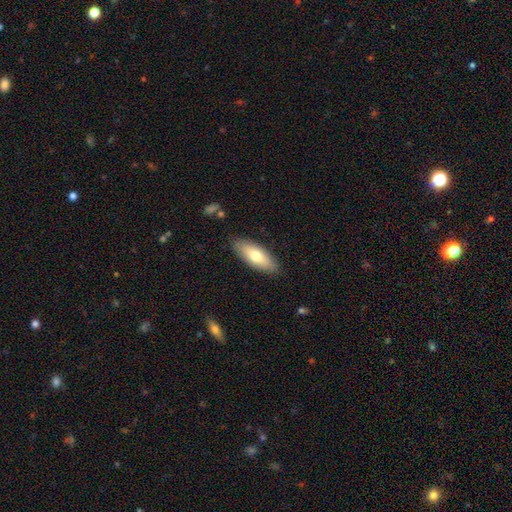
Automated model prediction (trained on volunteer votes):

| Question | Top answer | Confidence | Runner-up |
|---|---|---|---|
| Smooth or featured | smooth | 72% | featured or disk (22%) |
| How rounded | in between | 75% | cigar-shaped (23%) |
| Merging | none | 86% | minor disturbance (11%) |